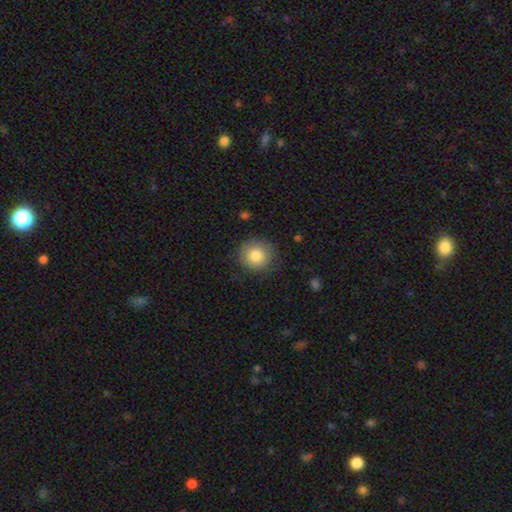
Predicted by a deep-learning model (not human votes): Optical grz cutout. It shows a smooth galaxy with no disk features (82%) that is round (91%). Merging: none (80%).